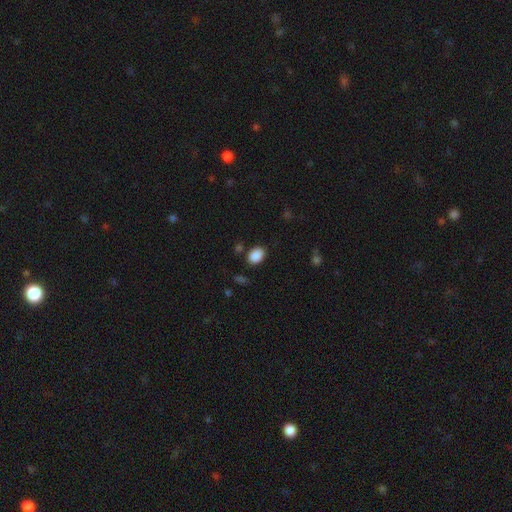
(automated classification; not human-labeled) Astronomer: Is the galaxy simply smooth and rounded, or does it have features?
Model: smooth — 88%.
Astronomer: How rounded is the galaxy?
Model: in between — 75%.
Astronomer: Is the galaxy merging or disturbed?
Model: none — 83%.